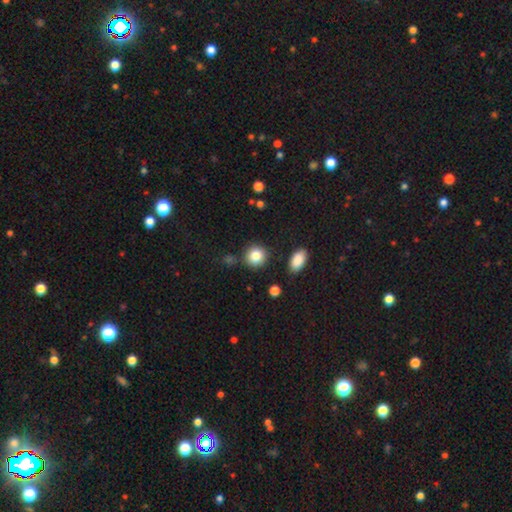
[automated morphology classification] The model was most divided on "how rounded": round: 85%, in between: 13%, cigar-shaped: 1%. More confident: smooth or featured — smooth (85%); merging — none (84%).